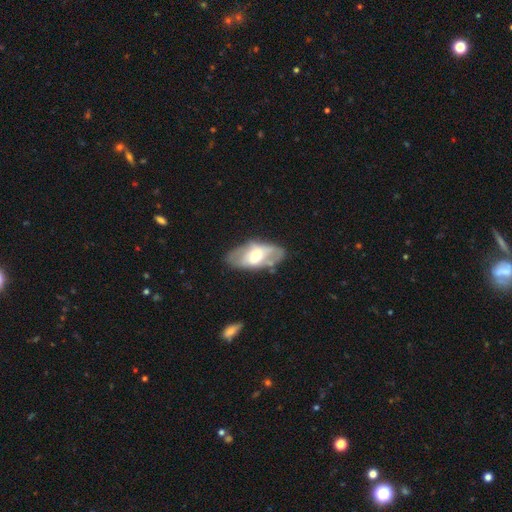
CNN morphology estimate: Smooth or featured?
  - featured or disk: 51% *
  - smooth: 42%
  - star or artifact: 6%
Edge-on disk?
  - no: 85% *
  - yes: 15%
Merging?
  - none: 63% *
  - minor disturbance: 22%
  - major disturbance: 10%
  - merger: 5%